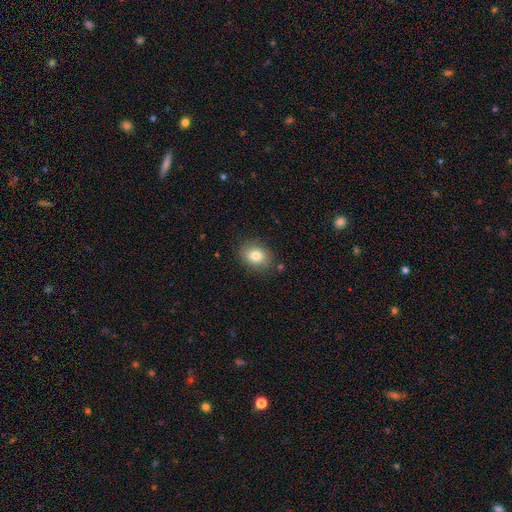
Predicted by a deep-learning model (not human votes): Overall: smooth (80%). How rounded: in between (54%; round 45%). Merging: none (84%).